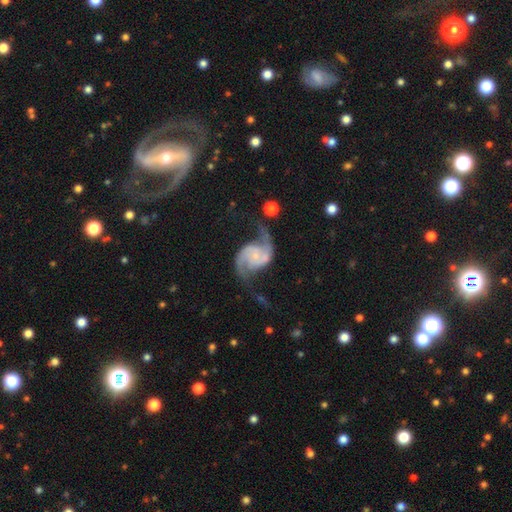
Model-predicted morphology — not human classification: Smooth or featured: featured or disk — 91% (star or artifact — 4%)
Edge-on disk: no — 98% (yes — 2%)
Bar: no — 64% (weak — 28%)
Spiral arms: yes — 98% (no — 2%)
Spiral winding: loose — 55% (medium — 37%)
Spiral arm count: 2 — 94% (can't tell — 1%)
Bulge size: small — 66% (moderate — 15%)
Merging: none — 64% (minor disturbance — 17%)